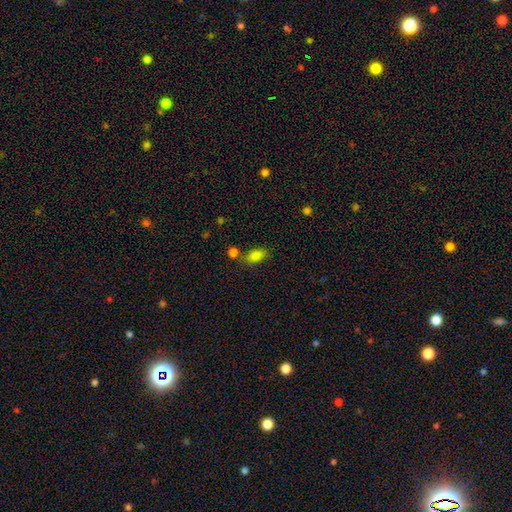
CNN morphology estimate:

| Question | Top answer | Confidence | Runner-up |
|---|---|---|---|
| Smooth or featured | smooth | 83% | star or artifact (10%) |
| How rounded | in between | 86% | round (10%) |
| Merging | none | 66% | merger (15%) |